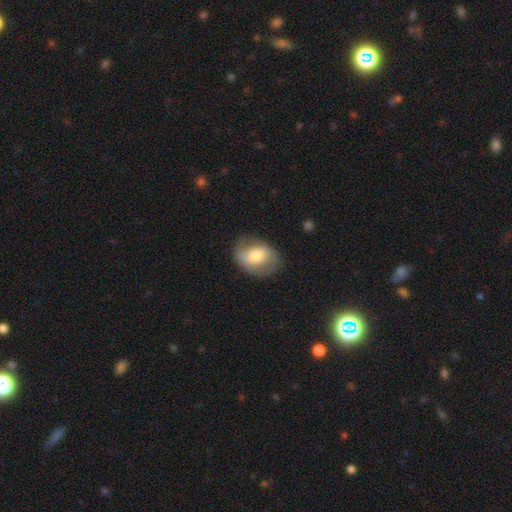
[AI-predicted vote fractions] A smooth galaxy with no disk features (49%). Merging: none (76%).